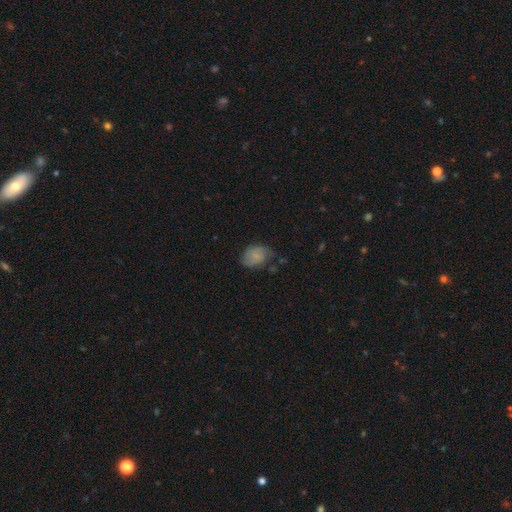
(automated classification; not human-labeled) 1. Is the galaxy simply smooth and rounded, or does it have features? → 64% smooth, 28% featured or disk, 9% star or artifact.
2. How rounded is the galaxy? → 72% in between, 26% round, 1% cigar-shaped.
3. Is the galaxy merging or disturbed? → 48% none, 35% minor disturbance, 14% major disturbance, 3% merger.